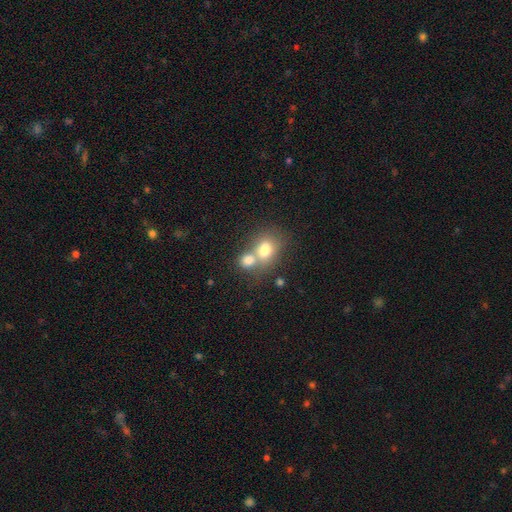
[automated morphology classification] A smooth galaxy with no disk features (70%) that is round (61%).

Vote fractions:
- Smooth or featured? smooth: 70% / featured or disk: 16% / star or artifact: 14%
- How rounded? round: 61% / in between: 38% / cigar-shaped: 1%
- Merging? merger: 59% / none: 31% / minor disturbance: 7% / major disturbance: 3%